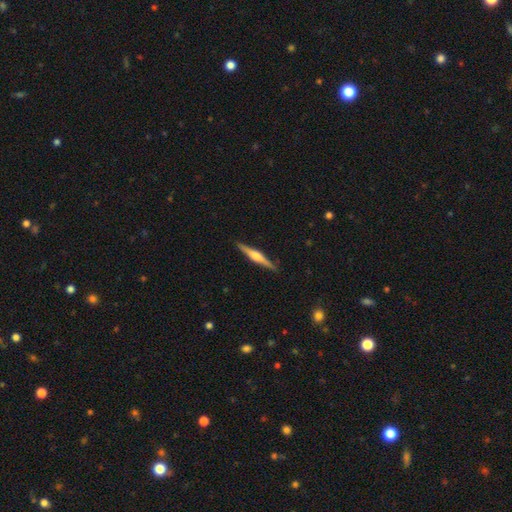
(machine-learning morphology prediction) Overall: featured or disk (71%). Edge-on disk: yes (98%). Edge-on bulge: rounded (77%). Merging: none (91%).